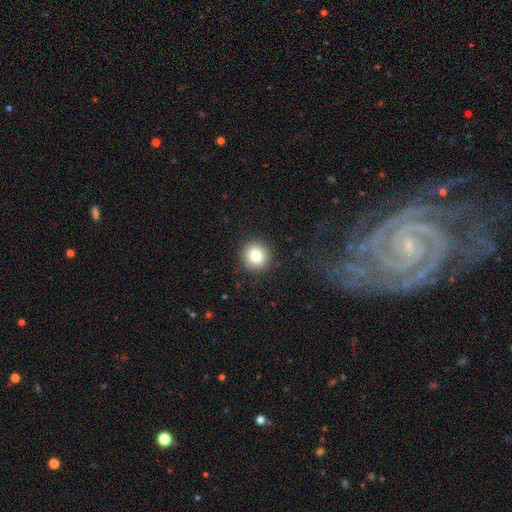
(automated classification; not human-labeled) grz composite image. It shows a smooth galaxy with no disk features (81%) that is round (92%). Merging: none (89%).